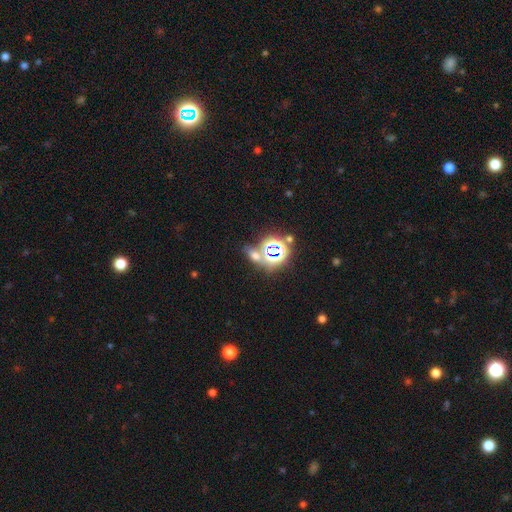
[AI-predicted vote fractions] This is possibly a star or artifact rather than a galaxy (49%).